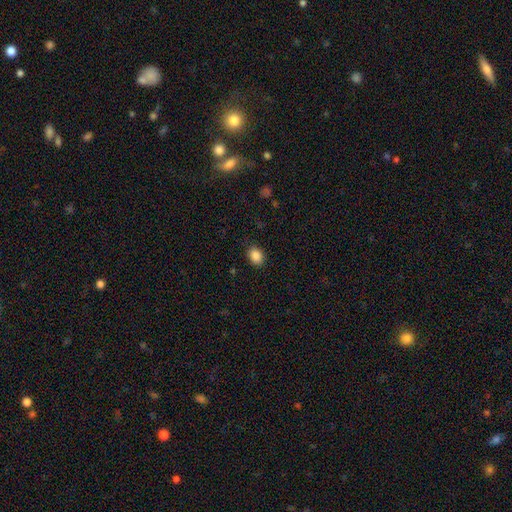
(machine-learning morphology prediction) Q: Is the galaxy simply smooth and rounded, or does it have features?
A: smooth — 88%.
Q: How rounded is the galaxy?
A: in between — 62%.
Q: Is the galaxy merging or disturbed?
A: none — 87%.